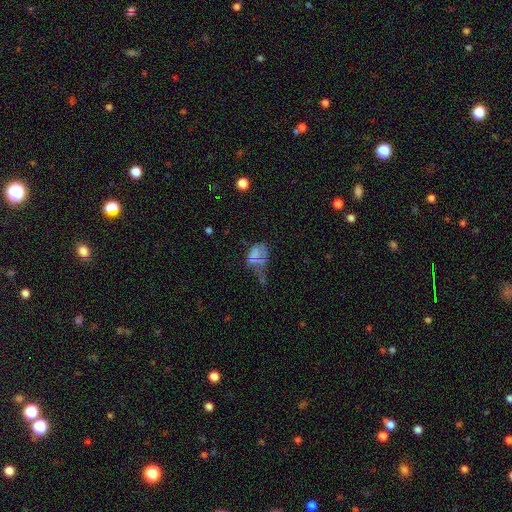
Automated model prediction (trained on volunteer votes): Smooth or featured?
  - smooth: 50% *
  - featured or disk: 32%
  - star or artifact: 18%
How rounded?
  - in between: 80% *
  - round: 17%
  - cigar-shaped: 2%
Merging?
  - major disturbance: 45% *
  - minor disturbance: 20%
  - none: 18%
  - merger: 17%